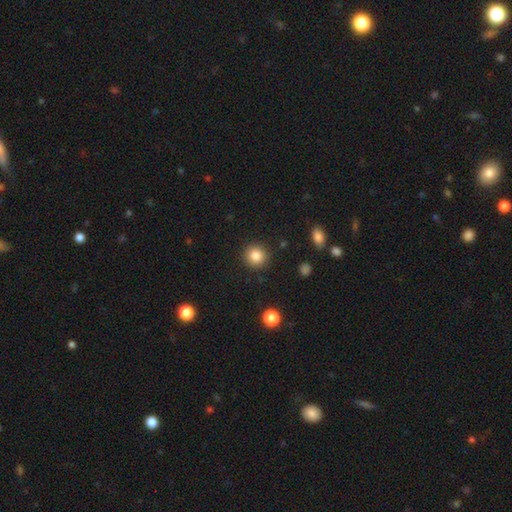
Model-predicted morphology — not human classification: A smooth galaxy with no disk features (85%) that is round (93%).

Vote fractions:
- Smooth or featured? smooth: 85% / star or artifact: 10% / featured or disk: 5%
- How rounded? round: 93% / in between: 6% / cigar-shaped: 1%
- Merging? none: 90% / minor disturbance: 6% / major disturbance: 2% / merger: 1%